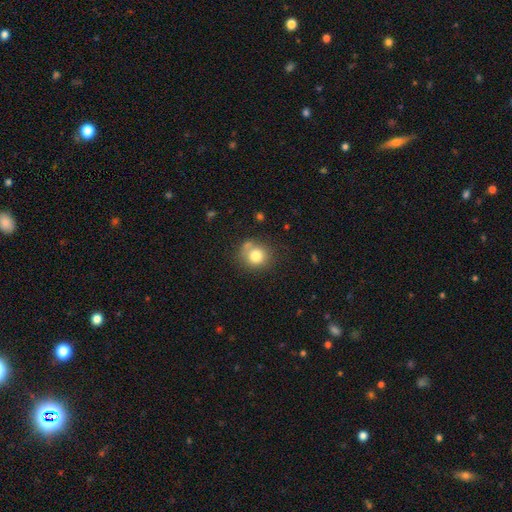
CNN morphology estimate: This appears to be a smooth galaxy with no disk features (79%) that is round (85%). Merging: none (68%).